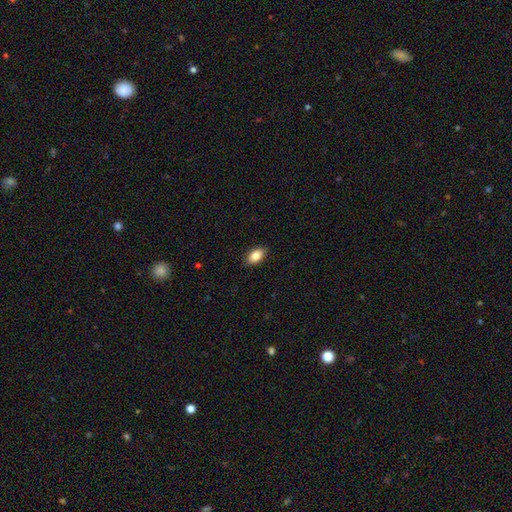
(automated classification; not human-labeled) Smooth or featured?
  - smooth: 84% *
  - featured or disk: 8%
  - star or artifact: 7%
How rounded?
  - in between: 92% *
  - round: 6%
  - cigar-shaped: 2%
Merging?
  - none: 89% *
  - minor disturbance: 8%
  - major disturbance: 2%
  - merger: 1%